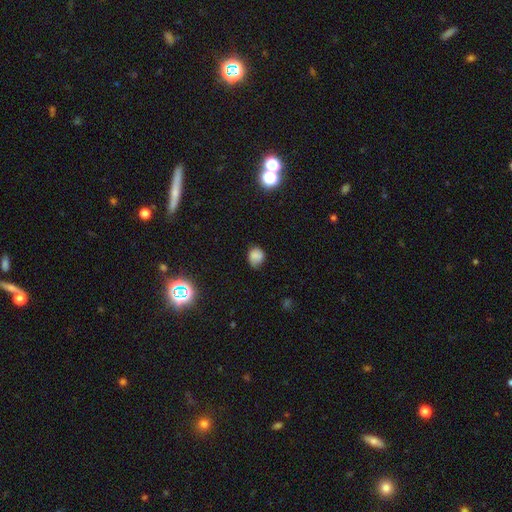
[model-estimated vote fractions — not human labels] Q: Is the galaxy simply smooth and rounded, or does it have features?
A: smooth — 75%.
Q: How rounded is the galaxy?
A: round — 58%.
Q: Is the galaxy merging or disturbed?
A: none — 63%.